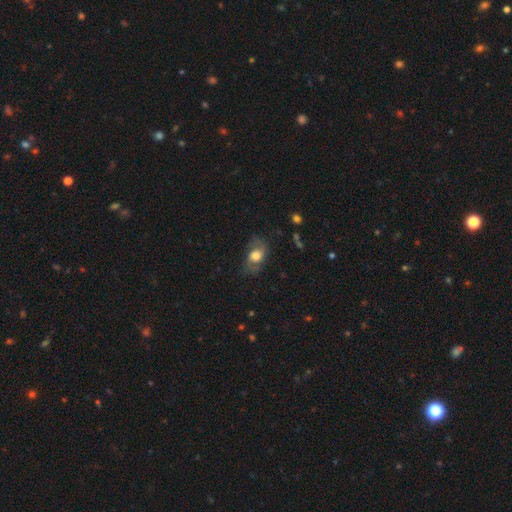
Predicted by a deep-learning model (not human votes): Smooth or featured? Predicted: smooth (p=0.50). How rounded? Predicted: in between (p=0.80). Merging? Predicted: none (p=0.66).